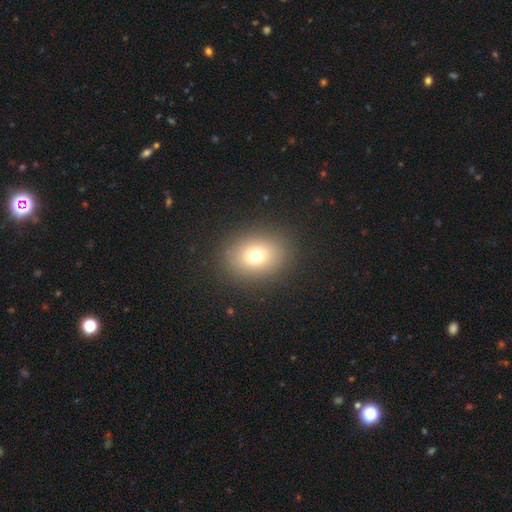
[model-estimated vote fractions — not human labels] A smooth galaxy with no disk features (74%) that is round (54%). Merging: none (88%).